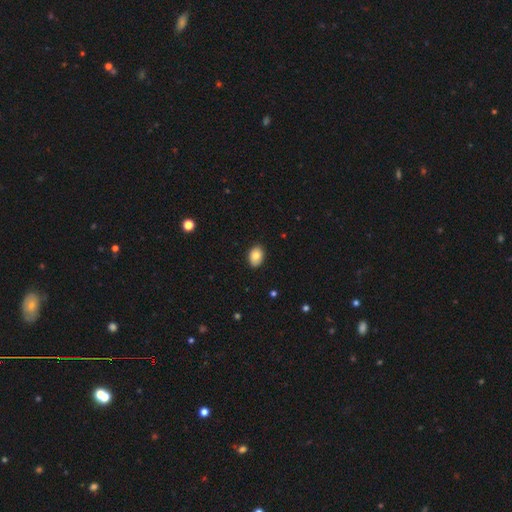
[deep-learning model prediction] A smooth galaxy with no disk features (83%) that is in between round and cigar-shaped (84%). Merging: none (88%).